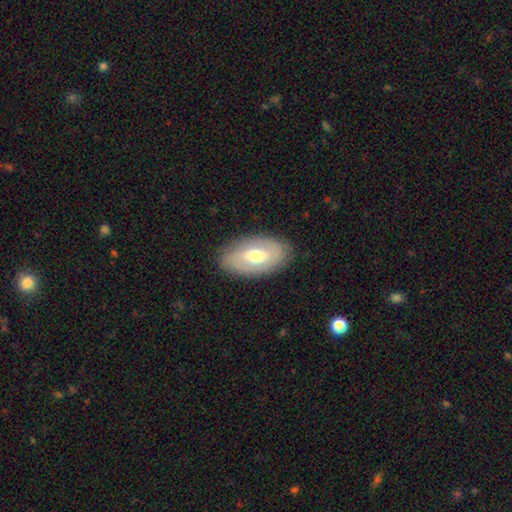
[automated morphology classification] smooth-or-featured: featured or disk: 48% | smooth: 46% | star or artifact: 6%
  merging: none: 85% | minor disturbance: 11% | major disturbance: 3% | merger: 1%